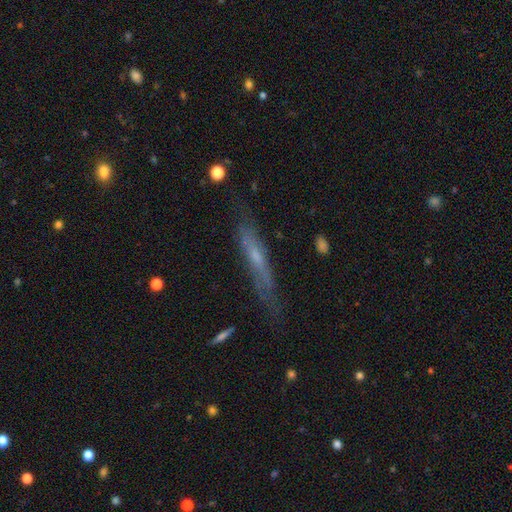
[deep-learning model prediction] A featured or disk galaxy (55%) viewed edge-on (75%).

Vote fractions:
- Smooth or featured? featured or disk: 55% / smooth: 37% / star or artifact: 9%
- Edge-on disk? yes: 75% / no: 25%
- Merging? none: 68% / minor disturbance: 22% / major disturbance: 8% / merger: 2%